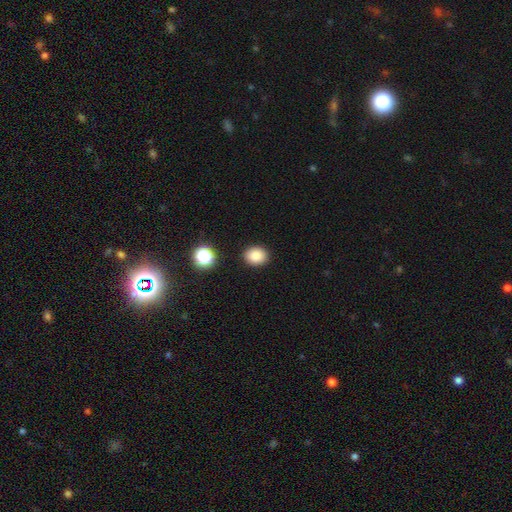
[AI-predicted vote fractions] Q: Smooth or featured?
A: smooth (85%); runner-up: star or artifact (11%)
Q: How rounded?
A: round (53%); runner-up: in between (46%)
Q: Merging?
A: none (89%); runner-up: minor disturbance (7%)